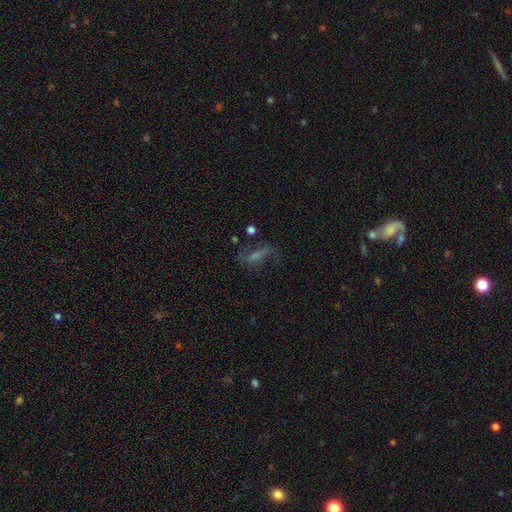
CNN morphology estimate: featured or disk 50%, smooth 27%, star or artifact 23%. Down the decision tree: merging — none (56%).